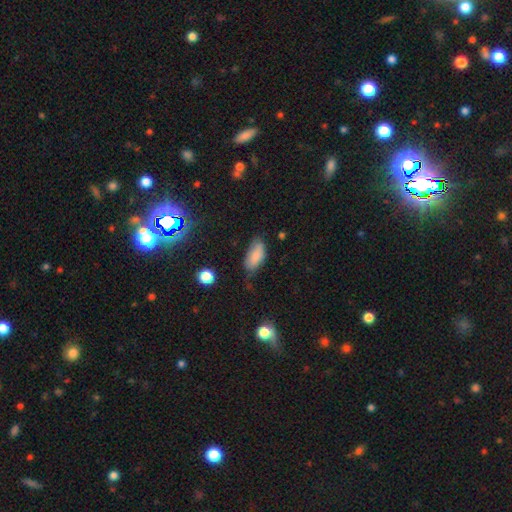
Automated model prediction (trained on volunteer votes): smooth 77%, featured or disk 14%, star or artifact 9%. Down the decision tree: how rounded — in between (88%); merging — none (57%).